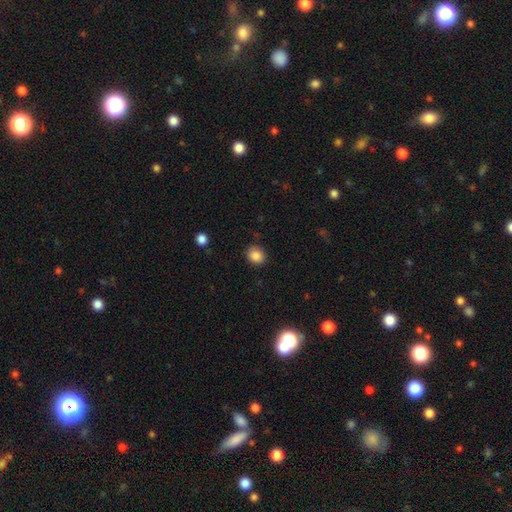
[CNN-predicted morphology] The model was most divided on "how rounded": round: 65%, in between: 34%, cigar-shaped: 1%. More confident: smooth or featured — smooth (86%); merging — none (85%).